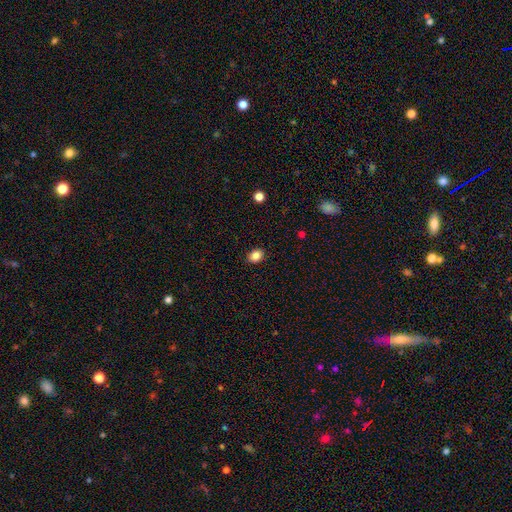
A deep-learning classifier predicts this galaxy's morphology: smooth-or-featured: smooth: 86% | star or artifact: 10% | featured or disk: 4%
  how-rounded: in between: 64% | round: 35% | cigar-shaped: 1%
  merging: none: 89% | minor disturbance: 8% | major disturbance: 2% | merger: 1%